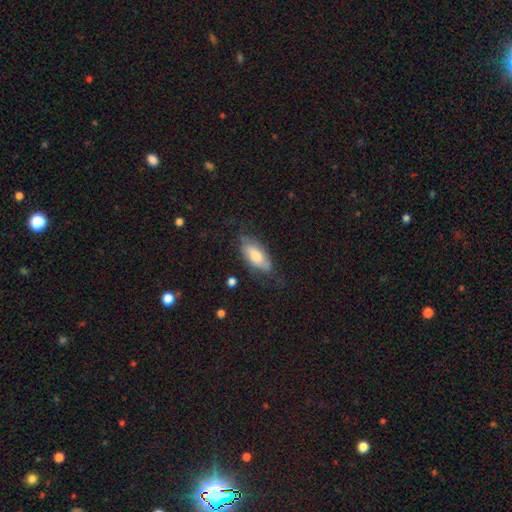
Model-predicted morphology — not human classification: smooth-or-featured: smooth: 62% | featured or disk: 31% | star or artifact: 7%
  how-rounded: in between: 85% | cigar-shaped: 13% | round: 2%
  merging: none: 64% | minor disturbance: 25% | major disturbance: 9% | merger: 2%